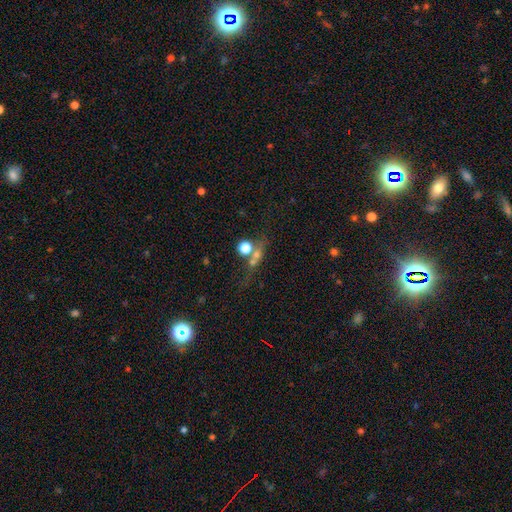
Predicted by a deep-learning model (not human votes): Q: Smooth or featured?
A: smooth (42%); runner-up: star or artifact (33%)
Q: Merging?
A: none (52%); runner-up: merger (27%)